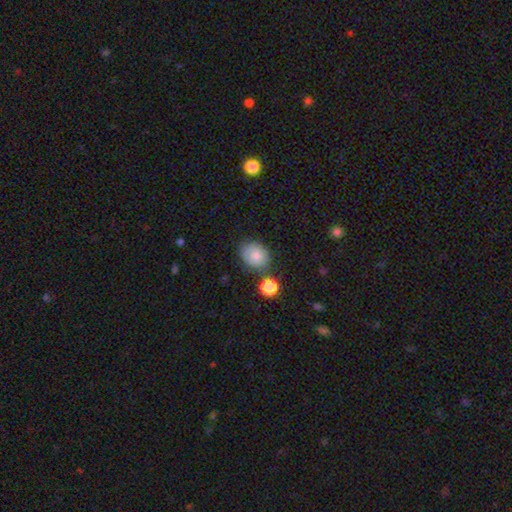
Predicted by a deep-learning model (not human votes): smooth-or-featured: smooth: 77% | featured or disk: 13% | star or artifact: 10%
  how-rounded: round: 61% | in between: 38% | cigar-shaped: 1%
  merging: none: 66% | minor disturbance: 19% | merger: 9% | major disturbance: 5%